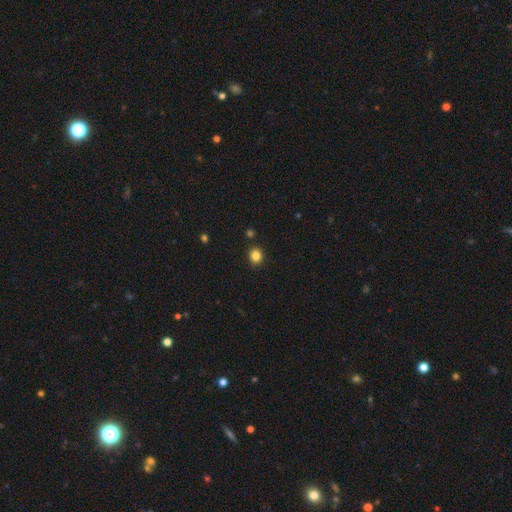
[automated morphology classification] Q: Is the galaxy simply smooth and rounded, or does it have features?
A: smooth — 85%.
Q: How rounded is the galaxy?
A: round — 74%.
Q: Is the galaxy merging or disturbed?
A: none — 87%.